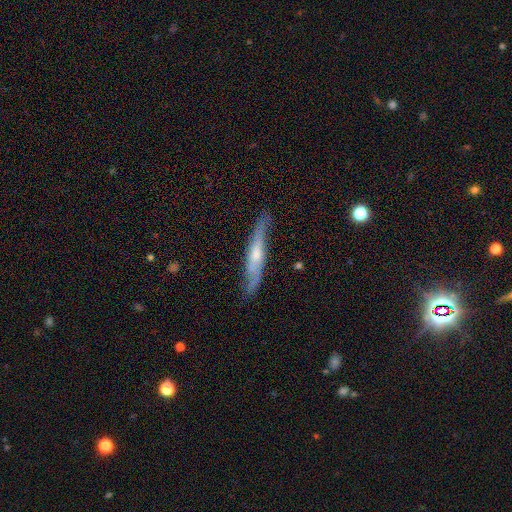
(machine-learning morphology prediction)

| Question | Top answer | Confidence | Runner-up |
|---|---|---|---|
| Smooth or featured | featured or disk | 67% | smooth (27%) |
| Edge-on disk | yes | 72% | no (28%) |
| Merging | none | 74% | minor disturbance (19%) |